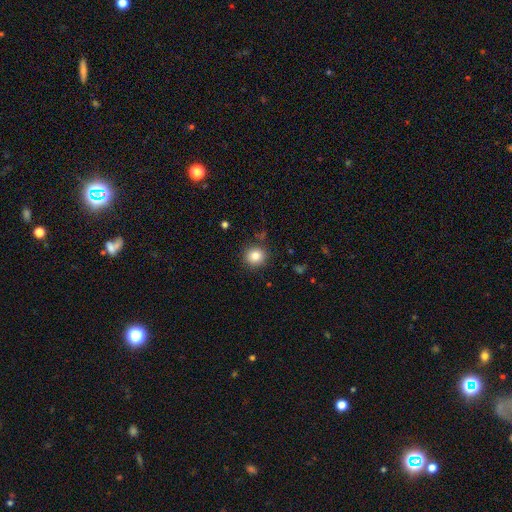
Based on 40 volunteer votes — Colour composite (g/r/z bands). It shows a smooth galaxy with no disk features (85%) that is round (97%). Merging: none (95%).